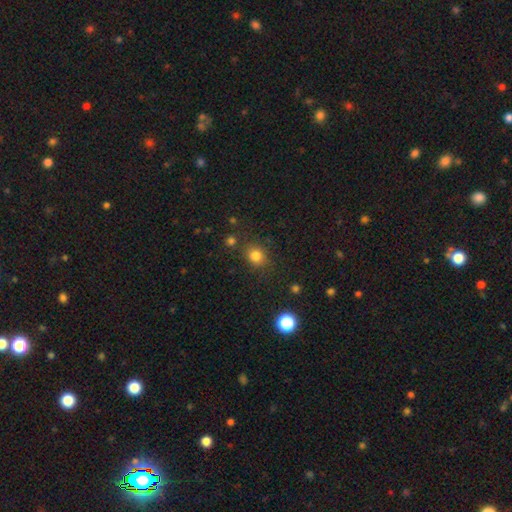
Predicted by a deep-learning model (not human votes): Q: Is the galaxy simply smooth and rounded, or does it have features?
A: smooth — 80%.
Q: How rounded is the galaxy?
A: round — 75%.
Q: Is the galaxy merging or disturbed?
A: none — 79%.